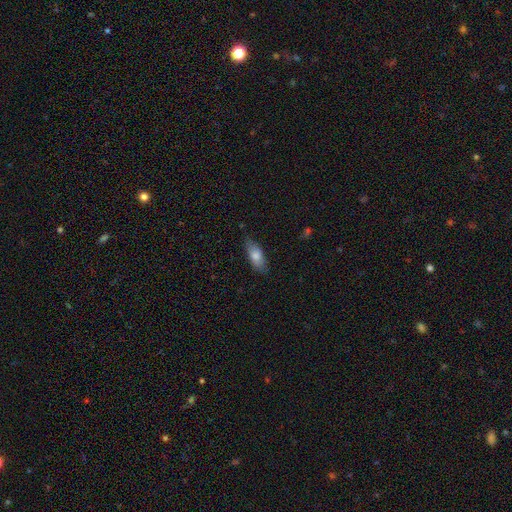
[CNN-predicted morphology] Q: Smooth or featured?
A: smooth (77%); runner-up: featured or disk (17%)
Q: How rounded?
A: in between (77%); runner-up: cigar-shaped (21%)
Q: Merging?
A: none (75%); runner-up: minor disturbance (20%)